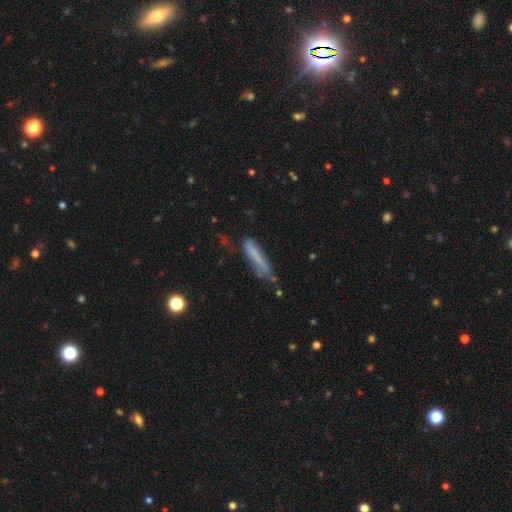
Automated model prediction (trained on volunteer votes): Morphology: type=smooth (62%); roundness=cigar-shaped (89%); merging=none (52%).